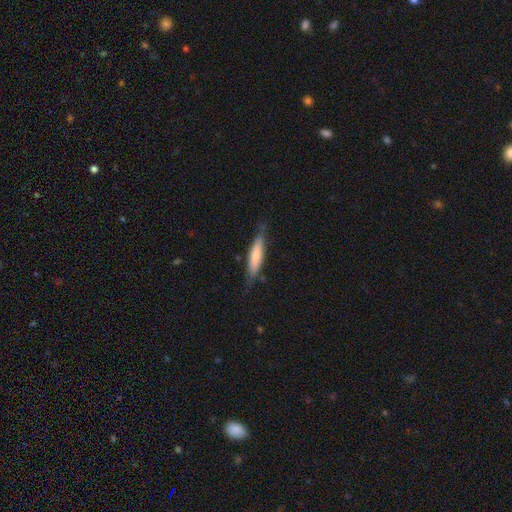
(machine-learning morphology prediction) Overall: smooth (67%; featured or disk 28%). How rounded: cigar-shaped (82%). Merging: none (75%).